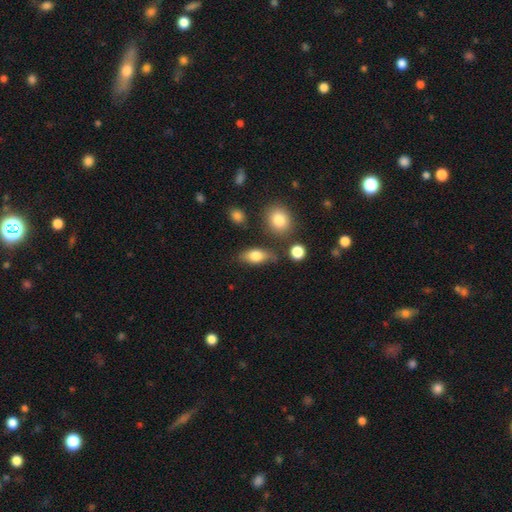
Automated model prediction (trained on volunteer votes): Morphology: type=smooth (74%); roundness=in between (79%); merging=none (69%).